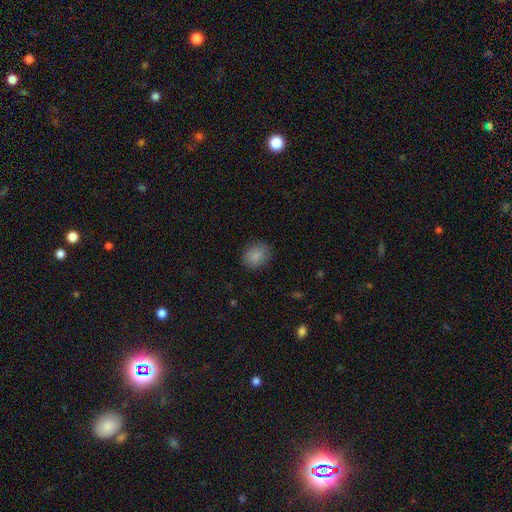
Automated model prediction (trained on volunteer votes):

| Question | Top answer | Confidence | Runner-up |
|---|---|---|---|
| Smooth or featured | smooth | 87% | star or artifact (9%) |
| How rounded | in between | 52% | round (47%) |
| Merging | none | 84% | minor disturbance (12%) |